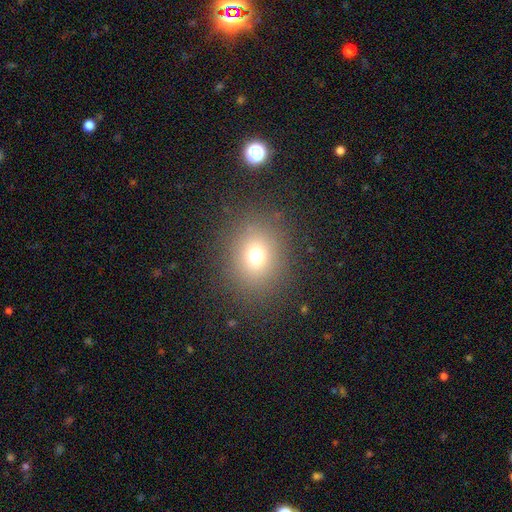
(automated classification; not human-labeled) Smooth or featured? smooth (71%)
How rounded? round (70%)
Merging? none (85%)